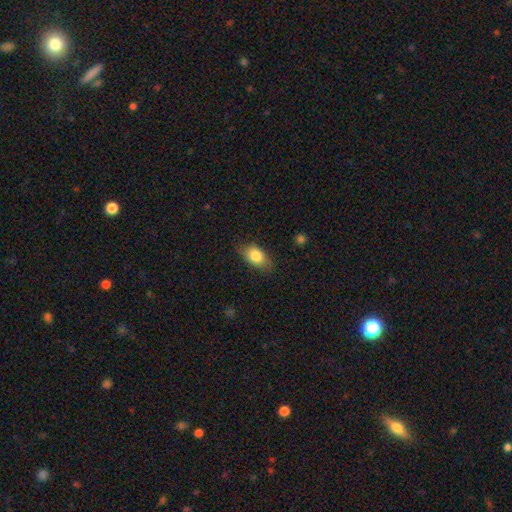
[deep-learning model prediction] A smooth galaxy with no disk features (82%) that is in between round and cigar-shaped (86%). Merging: none (75%).